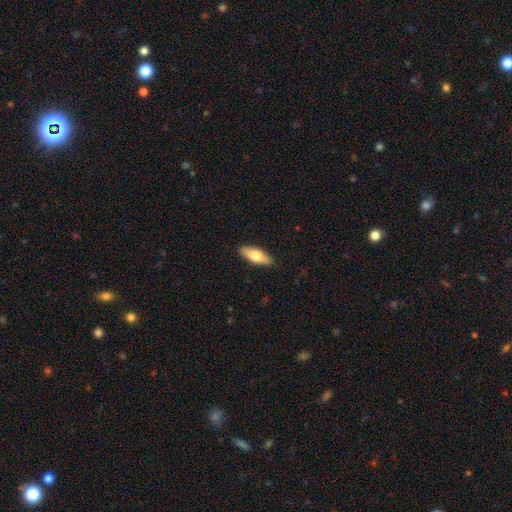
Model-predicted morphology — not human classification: smooth_or_featured: smooth (p=0.68) [alt: featured or disk p=0.27]
how_rounded: in between (p=0.68) [alt: cigar-shaped p=0.29]
merging: none (p=0.89) [alt: minor disturbance p=0.08]